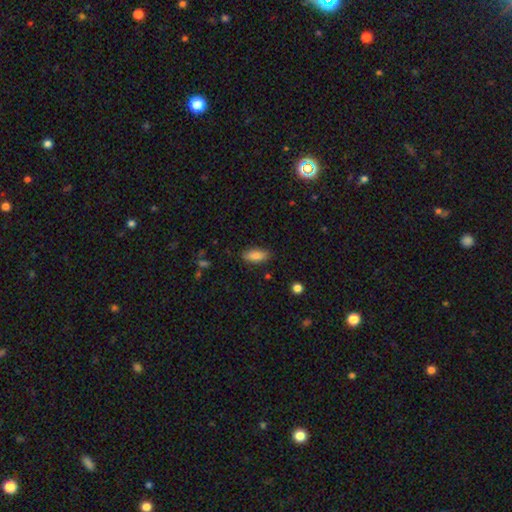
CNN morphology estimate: Overall: smooth (85%). How rounded: in between (82%). Merging: none (86%).